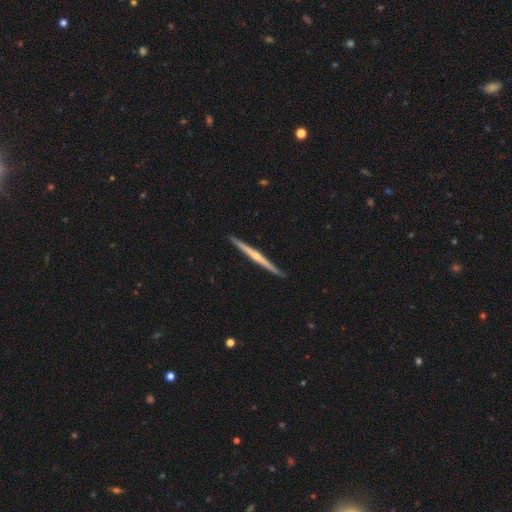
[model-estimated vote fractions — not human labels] This appears to be a featured or disk galaxy (75%) viewed edge-on (98%) with a rounded central bulge (70%). Merging: none (92%).